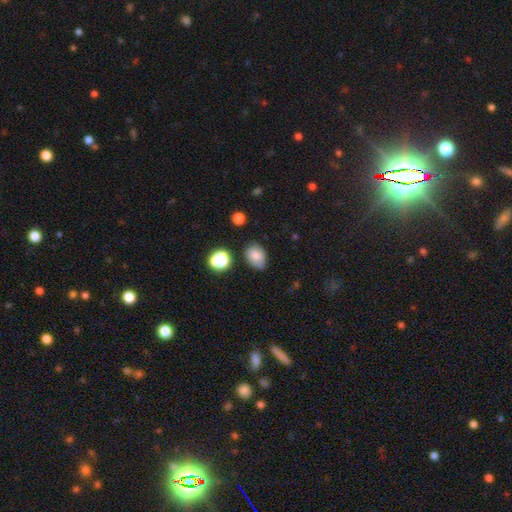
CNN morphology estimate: Smooth or featured?
  - smooth: 80% *
  - star or artifact: 11%
  - featured or disk: 9%
How rounded?
  - in between: 75% *
  - round: 24%
  - cigar-shaped: 1%
Merging?
  - none: 73% *
  - minor disturbance: 20%
  - major disturbance: 4%
  - merger: 3%